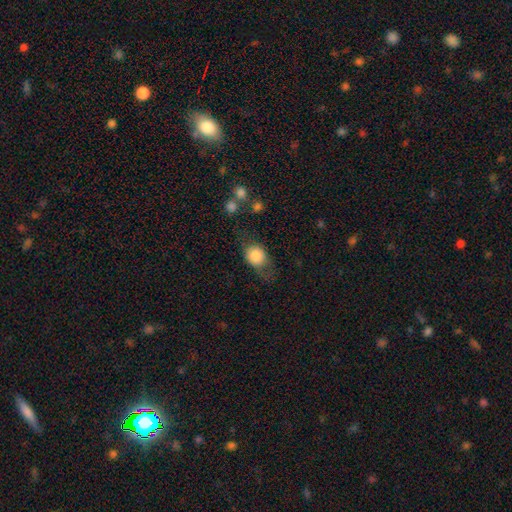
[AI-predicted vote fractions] smooth 80%, featured or disk 12%, star or artifact 8%. Down the decision tree: how rounded — round (54%); merging — none (53%).